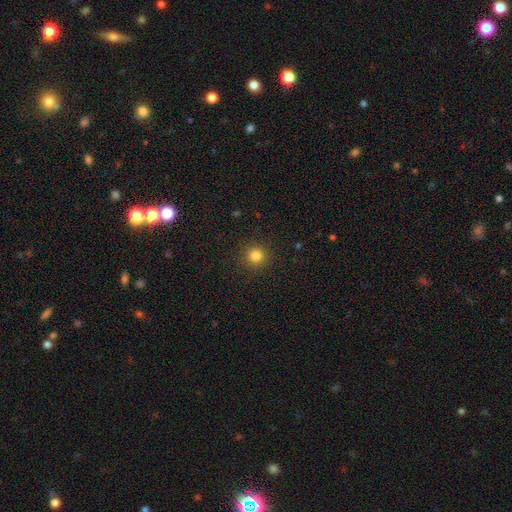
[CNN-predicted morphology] smooth-or-featured: smooth: 82% | star or artifact: 13% | featured or disk: 5%
  how-rounded: round: 94% | in between: 5% | cigar-shaped: 1%
  merging: none: 91% | minor disturbance: 6% | major disturbance: 2% | merger: 1%